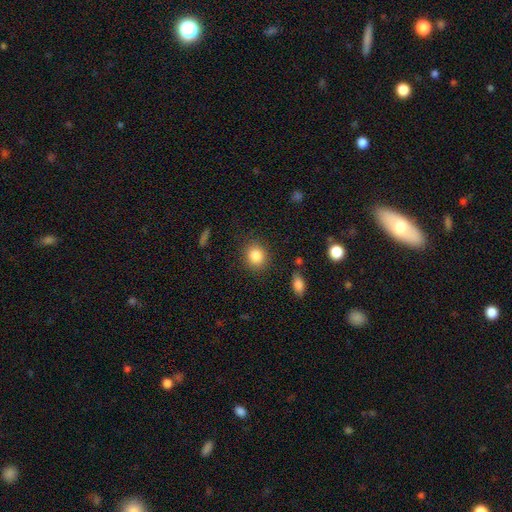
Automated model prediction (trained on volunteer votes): Smooth or featured: smooth — 85% (star or artifact — 9%)
How rounded: round — 73% (in between — 26%)
Merging: none — 86% (minor disturbance — 9%)